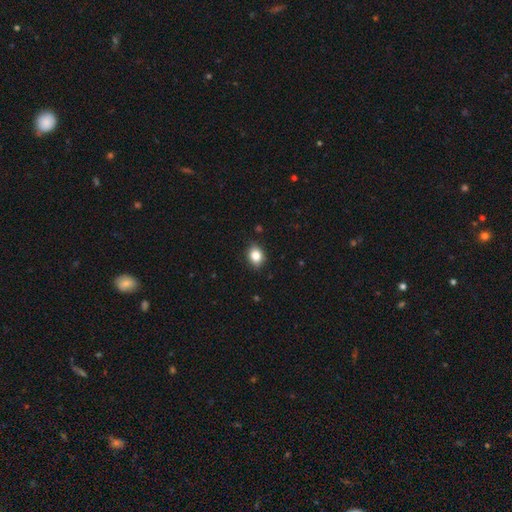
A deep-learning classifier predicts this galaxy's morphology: type=smooth (82%); roundness=in between (57%); merging=none (83%).